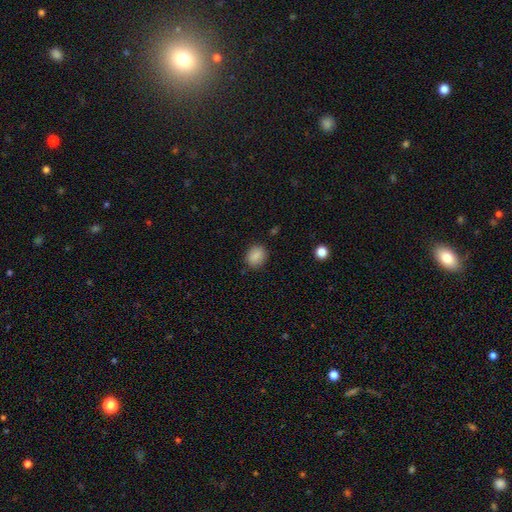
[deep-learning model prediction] Morphology: type=smooth (87%); roundness=round (56%); merging=none (85%).